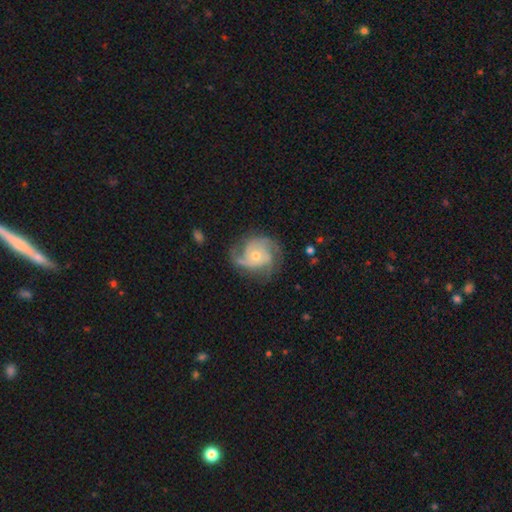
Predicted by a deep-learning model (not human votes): smooth-or-featured: featured or disk: 85% | smooth: 10% | star or artifact: 5%
  disk-edge-on: no: 98% | yes: 2%
    bar: no: 74% | weak: 22% | strong: 4%
    has-spiral-arms: yes: 96% | no: 4%
      spiral-winding: medium: 47% | tight: 37% | loose: 16%
      spiral-arm-count: 2: 39% | 3: 33% | can't tell: 12% | 4: 6% | 1: 6% | more than 4: 4%
    bulge-size: small: 60% | moderate: 36% | large: 2% | none: 1% | dominant: 1%
  merging: none: 69% | minor disturbance: 19% | major disturbance: 10% | merger: 1%